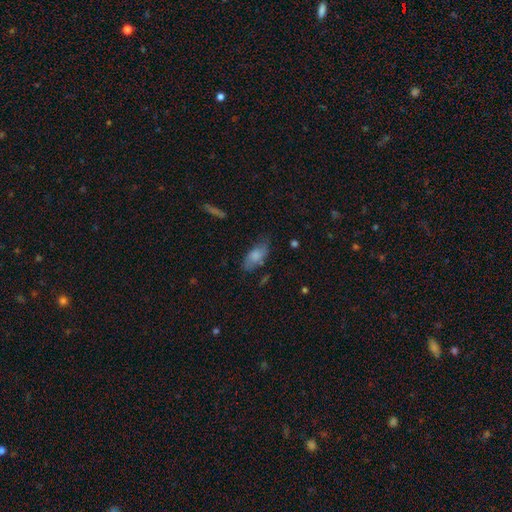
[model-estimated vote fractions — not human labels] smooth_or_featured: smooth (p=0.71) [alt: featured or disk p=0.22]
how_rounded: in between (p=0.87) [alt: cigar-shaped p=0.10]
merging: none (p=0.63) [alt: minor disturbance p=0.25]